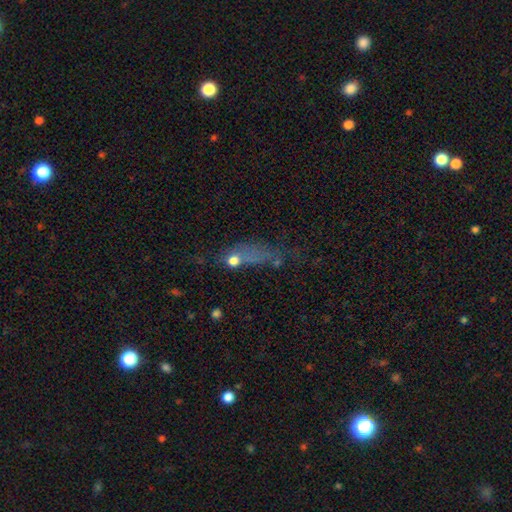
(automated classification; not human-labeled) A smooth galaxy with no disk features (41%). Merging: none (41%).